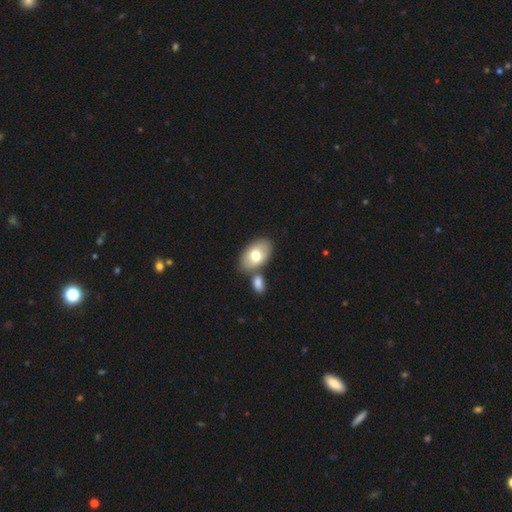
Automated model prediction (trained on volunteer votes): This appears to be a smooth galaxy with no disk features (71%) that is in between round and cigar-shaped (92%). Merging: none (59%).